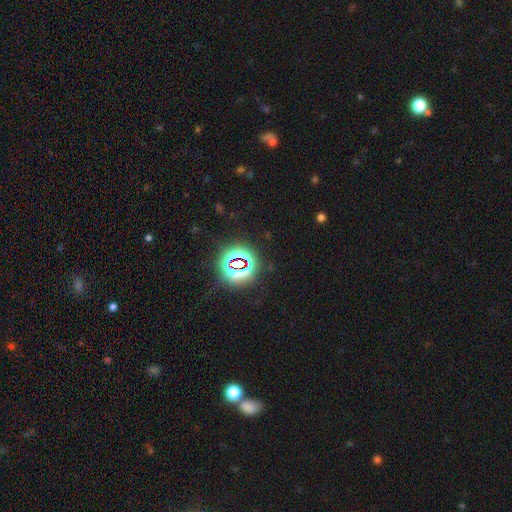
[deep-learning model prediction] Smooth or featured? star or artifact (80%)